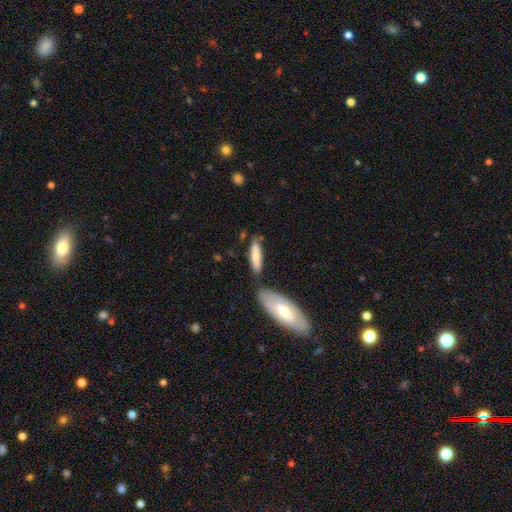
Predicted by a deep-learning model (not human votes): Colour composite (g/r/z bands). It shows a smooth galaxy with no disk features (66%) that is cigar-shaped (69%). Merging: none (63%).